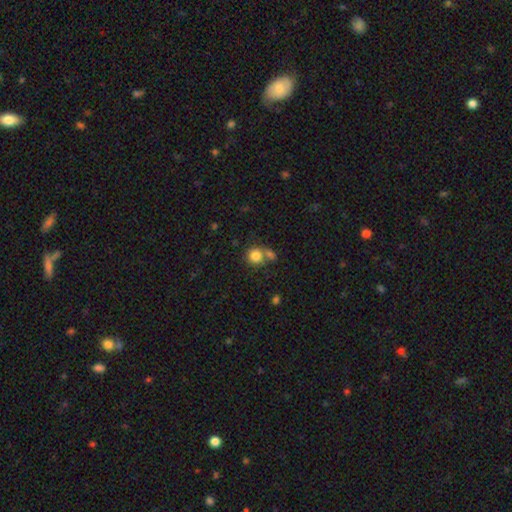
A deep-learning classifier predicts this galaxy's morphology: Q: Smooth or featured?
A: smooth (82%); runner-up: star or artifact (10%)
Q: How rounded?
A: round (88%); runner-up: in between (11%)
Q: Merging?
A: none (55%); runner-up: merger (32%)